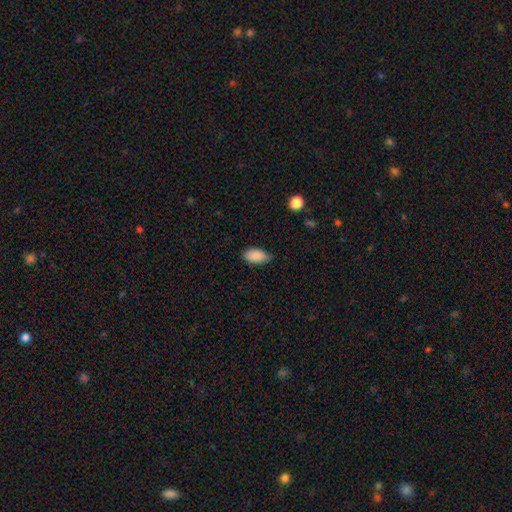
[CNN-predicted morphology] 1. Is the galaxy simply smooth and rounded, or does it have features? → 88% smooth, 7% star or artifact, 5% featured or disk.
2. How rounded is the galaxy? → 93% in between, 5% cigar-shaped, 3% round.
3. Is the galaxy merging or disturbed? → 76% none, 20% minor disturbance, 3% major disturbance, 1% merger.